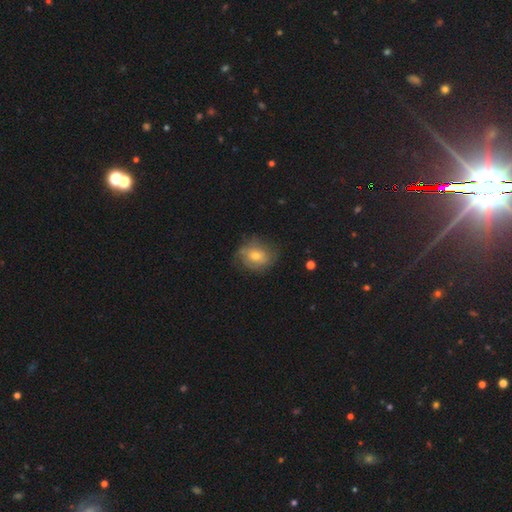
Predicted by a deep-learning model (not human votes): Smooth or featured?
  - smooth: 50% *
  - featured or disk: 39%
  - star or artifact: 11%
How rounded?
  - round: 63% *
  - in between: 35%
  - cigar-shaped: 1%
Merging?
  - none: 68% *
  - minor disturbance: 22%
  - major disturbance: 9%
  - merger: 1%